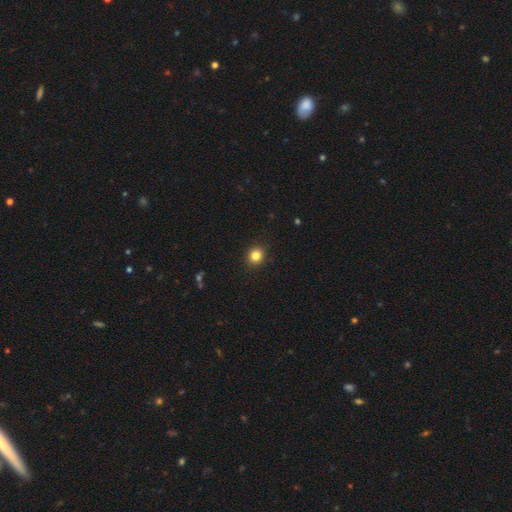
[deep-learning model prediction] smooth-or-featured: smooth: 84% | star or artifact: 11% | featured or disk: 5%
  how-rounded: round: 84% | in between: 15% | cigar-shaped: 1%
  merging: none: 91% | minor disturbance: 6% | major disturbance: 2% | merger: 1%